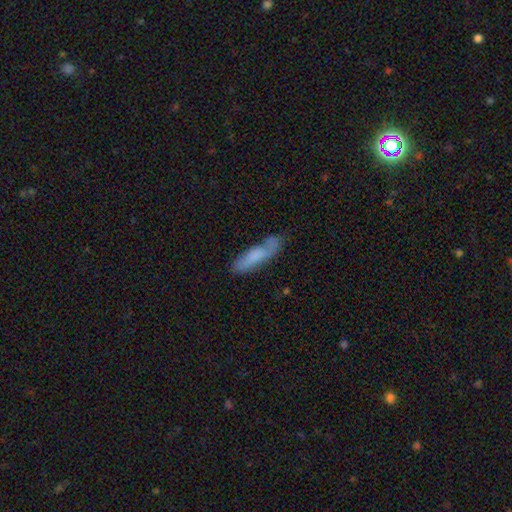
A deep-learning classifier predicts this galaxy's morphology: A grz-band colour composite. It shows a smooth galaxy with no disk features (63%) that is cigar-shaped (69%). Merging: none (61%).